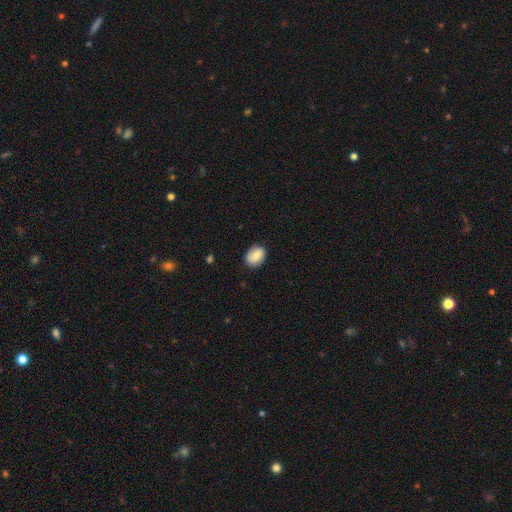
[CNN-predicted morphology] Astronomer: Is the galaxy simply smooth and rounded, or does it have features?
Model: smooth — 78%.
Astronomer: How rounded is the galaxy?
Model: in between — 67%.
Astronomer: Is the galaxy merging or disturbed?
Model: none — 80%.